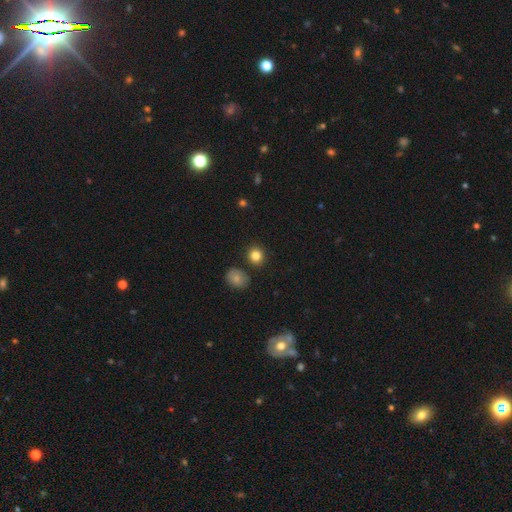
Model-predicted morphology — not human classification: This appears to be a smooth galaxy with no disk features (83%) that is round (84%). Merging: none (84%).